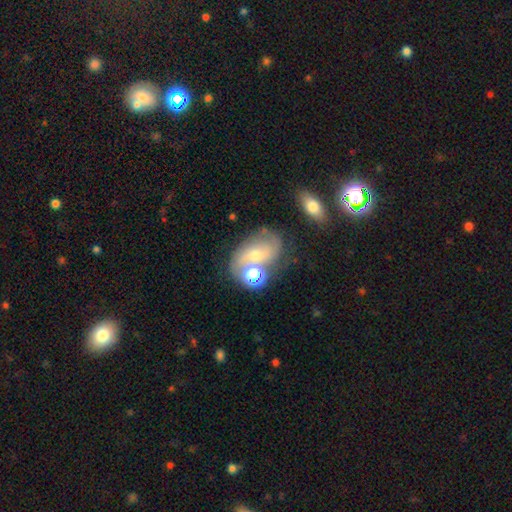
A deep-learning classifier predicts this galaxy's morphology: Smooth or featured?
  - featured or disk: 58% *
  - smooth: 29%
  - star or artifact: 13%
Edge-on disk?
  - no: 96% *
  - yes: 4%
Bar?
  - no: 60% *
  - weak: 31%
  - strong: 9%
Spiral arms?
  - yes: 79% *
  - no: 21%
Bulge size?
  - small: 46% *
  - moderate: 44%
  - large: 5%
  - none: 4%
  - dominant: 2%
Merging?
  - none: 47% *
  - merger: 23%
  - minor disturbance: 19%
  - major disturbance: 11%